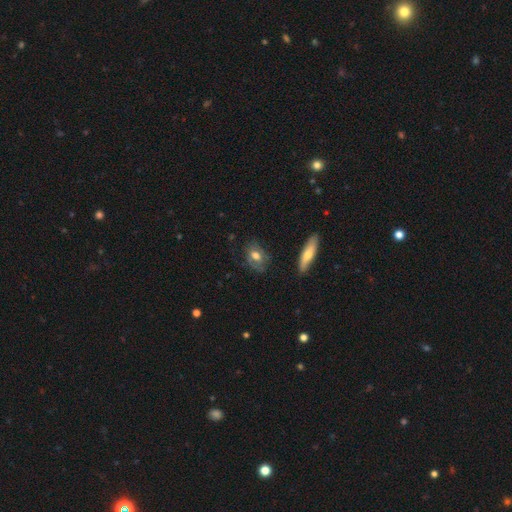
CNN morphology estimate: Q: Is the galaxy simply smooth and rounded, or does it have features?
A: smooth — 57%.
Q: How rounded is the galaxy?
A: in between — 71%.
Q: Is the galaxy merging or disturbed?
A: none — 69%.